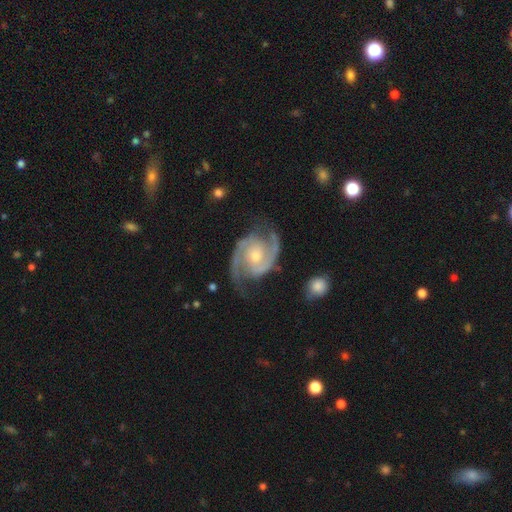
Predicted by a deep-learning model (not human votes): This is clearly a featured or disk galaxy (93%). It is clearly not viewed edge-on (98%). Bar: likely no (60%). Spiral arm pattern: clearly yes (99%). Spiral arm count: clearly 2 (92%). Spiral winding: possibly medium (55%). Central bulge: possibly moderate (53%). Merging: likely none (78%).